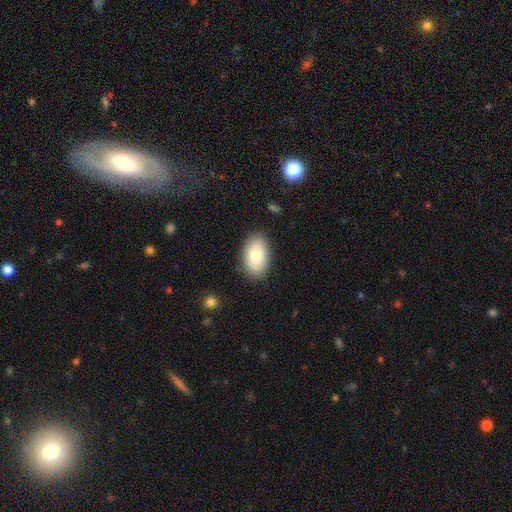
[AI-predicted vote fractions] Smooth or featured? smooth (81%)
How rounded? in between (93%)
Merging? none (87%)